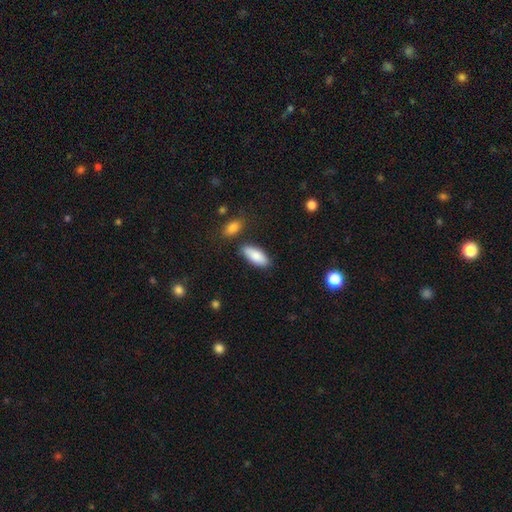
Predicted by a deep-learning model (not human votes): smooth-or-featured: smooth: 86% | featured or disk: 8% | star or artifact: 6%
  how-rounded: in between: 83% | cigar-shaped: 14% | round: 2%
  merging: none: 80% | minor disturbance: 12% | merger: 5% | major disturbance: 3%